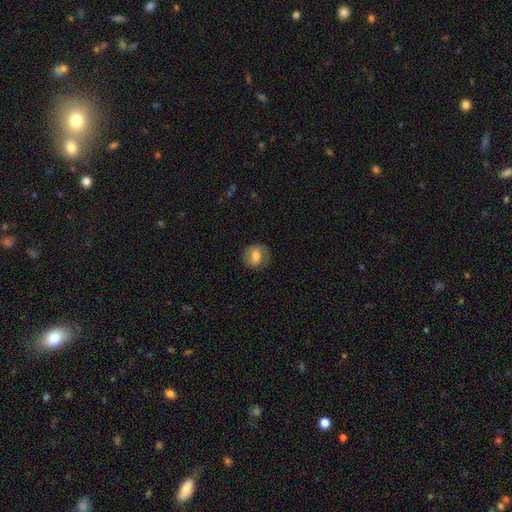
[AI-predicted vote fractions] smooth-or-featured: smooth: 61% | featured or disk: 31% | star or artifact: 8%
  how-rounded: round: 65% | in between: 33% | cigar-shaped: 1%
  merging: none: 73% | minor disturbance: 17% | major disturbance: 8% | merger: 1%